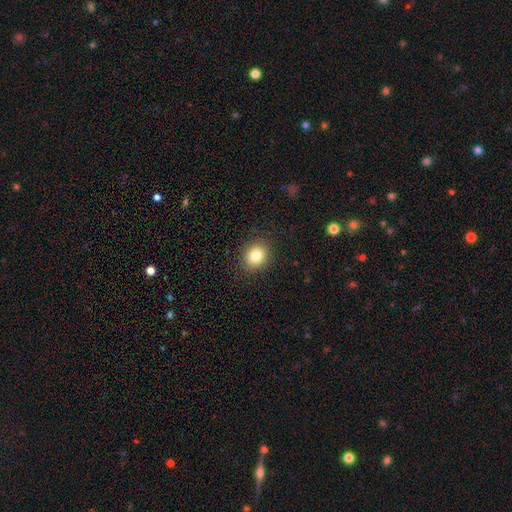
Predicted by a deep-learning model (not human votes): This appears to be a smooth galaxy with no disk features (82%) that is round (71%). Merging: none (89%).